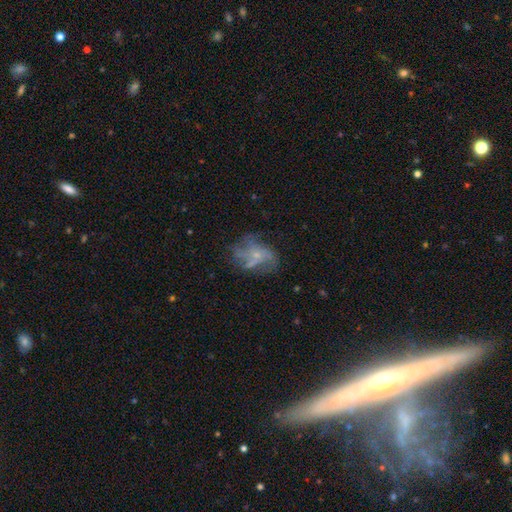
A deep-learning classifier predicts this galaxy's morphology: A featured or disk galaxy (67%) with no bar (75%), spiral arms (68%) and a small central bulge (68%). Merging: none (52%).